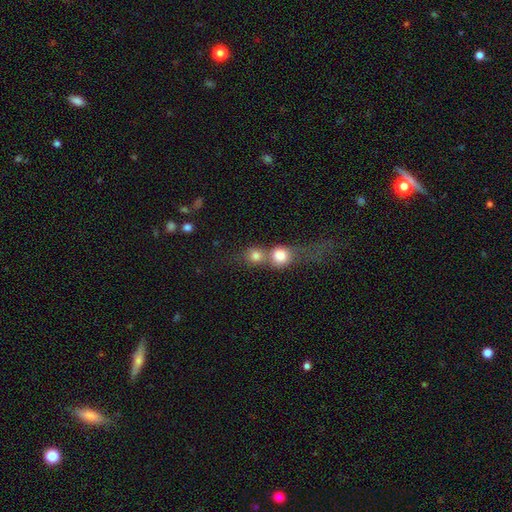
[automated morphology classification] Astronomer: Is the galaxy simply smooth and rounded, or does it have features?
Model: smooth — 78%.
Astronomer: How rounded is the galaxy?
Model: round — 84%.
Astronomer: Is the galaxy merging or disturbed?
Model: merger — 62%.